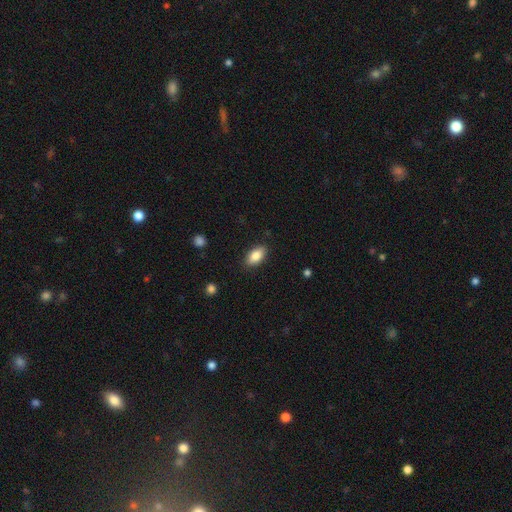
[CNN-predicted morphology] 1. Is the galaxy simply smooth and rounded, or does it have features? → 85% smooth, 8% featured or disk, 7% star or artifact.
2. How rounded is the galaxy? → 91% in between, 5% cigar-shaped, 4% round.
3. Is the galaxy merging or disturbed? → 87% none, 10% minor disturbance, 2% major disturbance, 1% merger.